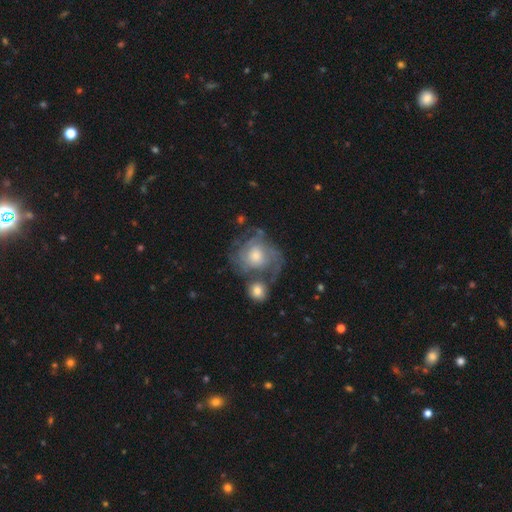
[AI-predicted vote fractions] smooth_or_featured: featured or disk (p=0.73) [alt: smooth p=0.19]
disk_edge_on: no (p=0.97) [alt: yes p=0.03]
bar: no (p=0.76) [alt: weak p=0.21]
has_spiral_arms: yes (p=0.85) [alt: no p=0.15]
spiral_winding: tight (p=0.53) [alt: medium p=0.34]
spiral_arm_count: can't tell (p=0.46) [alt: 2 p=0.19]
bulge_size: moderate (p=0.59) [alt: small p=0.23]
merging: none (p=0.44) [alt: merger p=0.26]